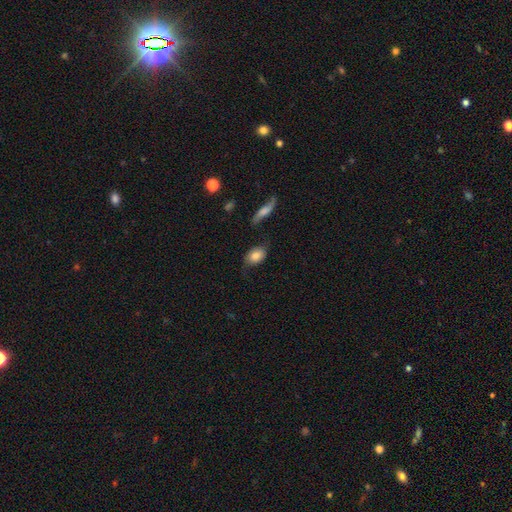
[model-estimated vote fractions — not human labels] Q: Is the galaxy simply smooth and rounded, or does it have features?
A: smooth — 76%.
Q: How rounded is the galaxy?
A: in between — 81%.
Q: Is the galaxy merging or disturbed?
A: none — 64%.